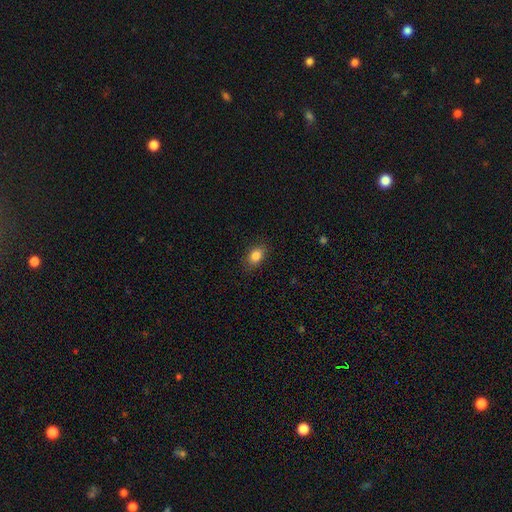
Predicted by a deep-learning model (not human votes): A smooth galaxy with no disk features (85%) that is in between round and cigar-shaped (83%). Merging: none (86%).